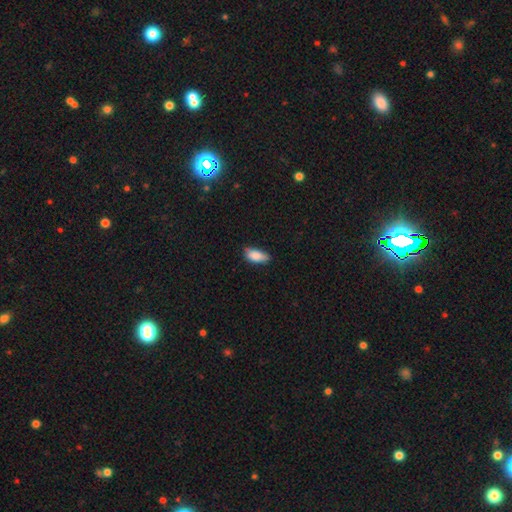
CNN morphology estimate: This is clearly a smooth galaxy (85%). How rounded: clearly in between (87%). Merging: likely none (65%).